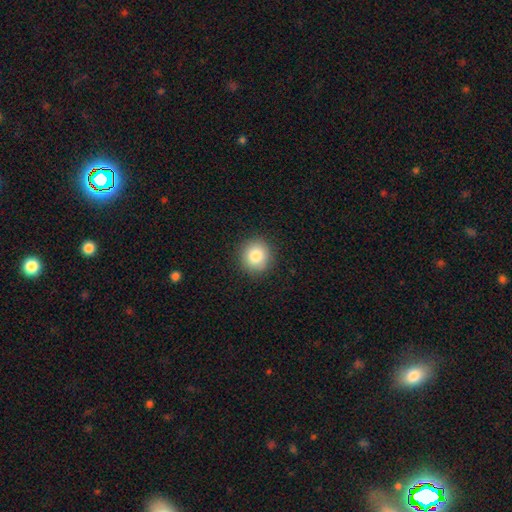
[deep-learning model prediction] Morphology: type=smooth (83%); roundness=round (89%); merging=none (91%).